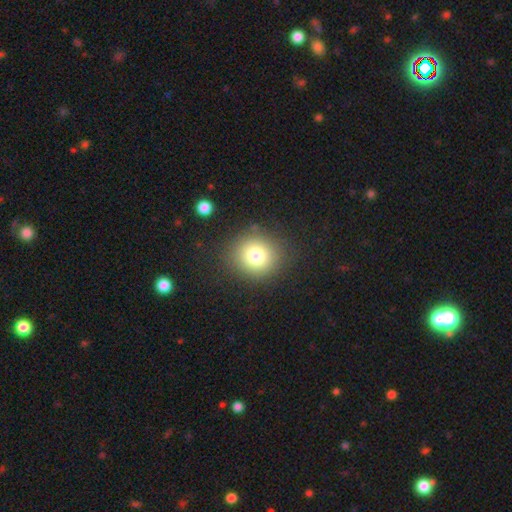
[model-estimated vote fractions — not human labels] smooth 76%, star or artifact 14%, featured or disk 10%. Down the decision tree: how rounded — round (87%); merging — none (86%).